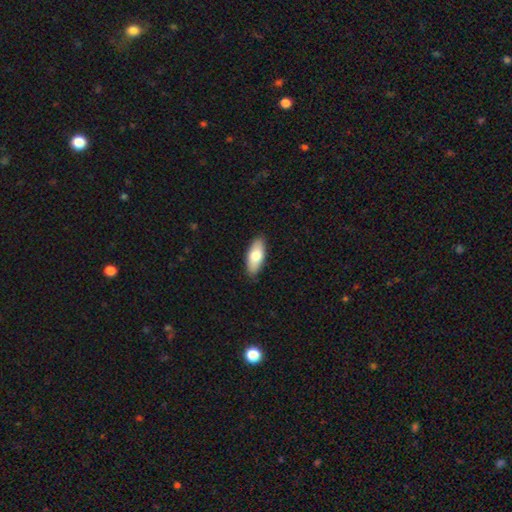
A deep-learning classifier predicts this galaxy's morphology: The model was most divided on "smooth or featured": smooth: 77%, featured or disk: 18%, star or artifact: 6%. More confident: merging — none (88%); how rounded — in between (83%).